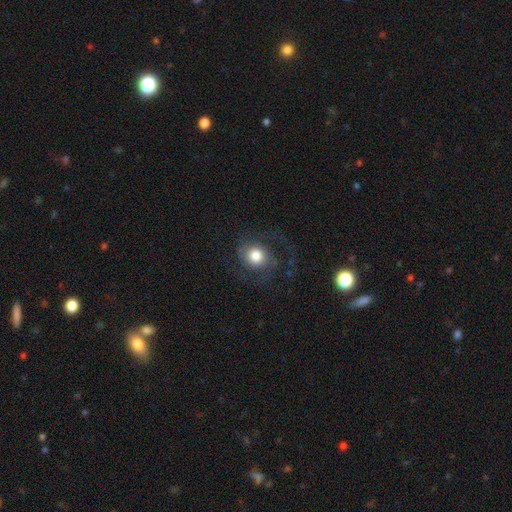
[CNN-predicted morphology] Overall: smooth (56%; featured or disk 35%). How rounded: round (76%). Merging: none (61%; major disturbance 22%).